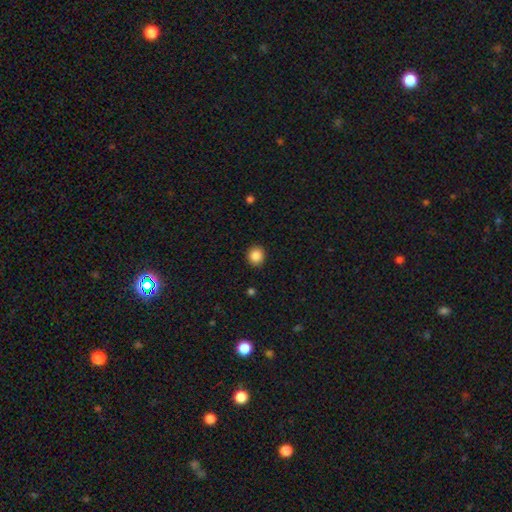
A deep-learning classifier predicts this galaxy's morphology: Smooth or featured? smooth (87%)
How rounded? round (84%)
Merging? none (90%)